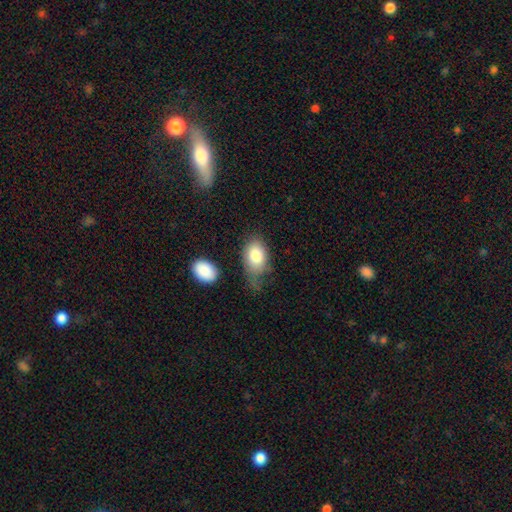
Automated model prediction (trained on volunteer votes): Smooth or featured?
  - smooth: 82% *
  - featured or disk: 11%
  - star or artifact: 7%
How rounded?
  - in between: 86% *
  - round: 12%
  - cigar-shaped: 2%
Merging?
  - none: 44% *
  - minor disturbance: 31%
  - major disturbance: 19%
  - merger: 6%